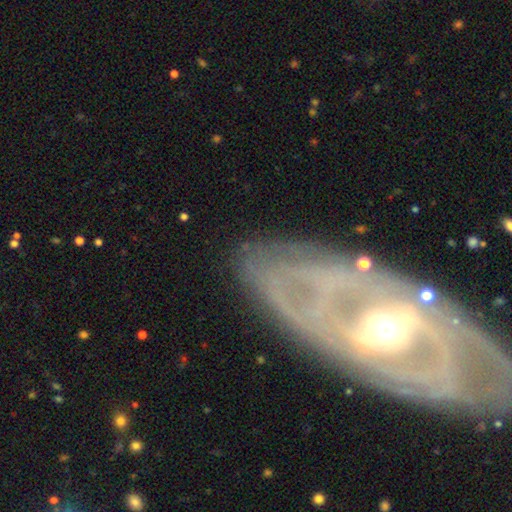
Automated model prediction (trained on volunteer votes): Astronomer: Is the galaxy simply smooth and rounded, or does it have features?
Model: featured or disk — 67%.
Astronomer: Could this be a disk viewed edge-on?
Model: no — 88%.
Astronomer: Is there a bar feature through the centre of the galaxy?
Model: no — 48% (runner-up: weak, 30%).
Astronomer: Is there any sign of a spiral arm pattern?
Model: yes — 62% (runner-up: no, 38%).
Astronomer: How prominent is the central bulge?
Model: moderate — 51% (runner-up: small, 29%).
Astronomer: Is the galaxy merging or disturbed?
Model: none — 64%.